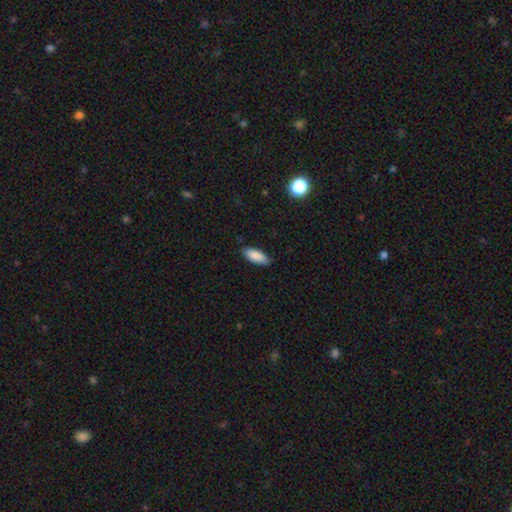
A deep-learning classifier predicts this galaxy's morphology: The model was most divided on "how rounded": in between: 78%, cigar-shaped: 21%, round: 2%. More confident: smooth or featured — smooth (88%); merging — none (85%).